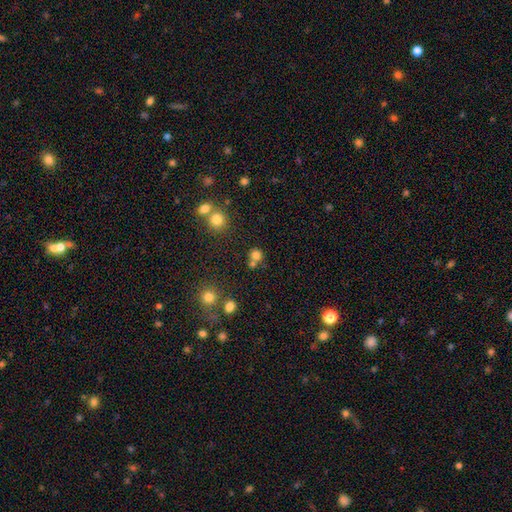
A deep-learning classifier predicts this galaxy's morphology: Overall: smooth (76%). How rounded: round (88%). Merging: none (60%; merger 28%).